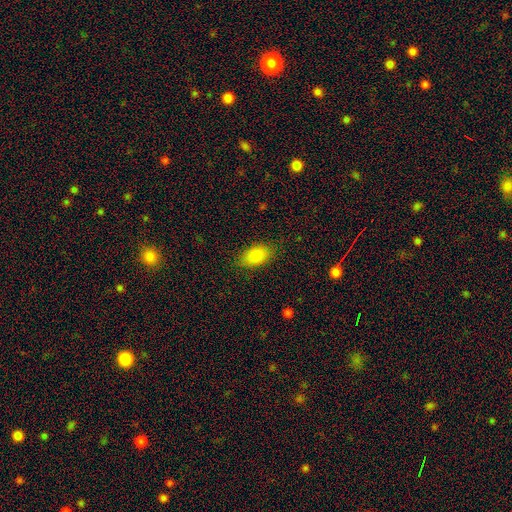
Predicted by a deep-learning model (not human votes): Smooth or featured?
  - smooth: 85% *
  - star or artifact: 8%
  - featured or disk: 7%
How rounded?
  - in between: 91% *
  - round: 6%
  - cigar-shaped: 3%
Merging?
  - none: 83% *
  - minor disturbance: 13%
  - major disturbance: 3%
  - merger: 1%